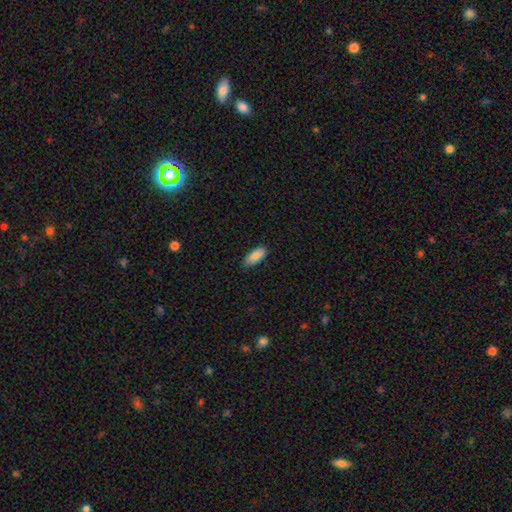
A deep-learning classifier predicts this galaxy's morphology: Smooth or featured? Predicted: smooth (p=0.85). How rounded? Predicted: in between (p=0.82). Merging? Predicted: none (p=0.79).